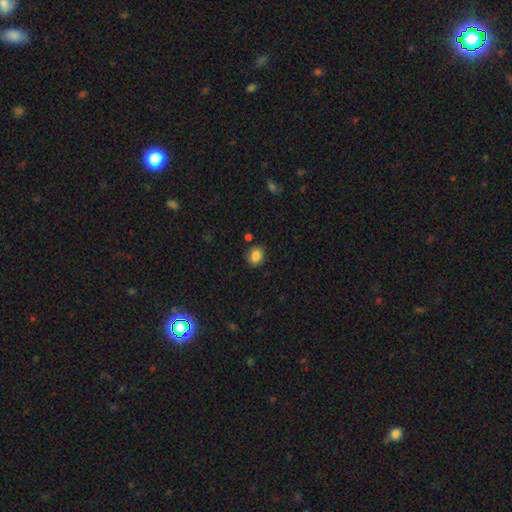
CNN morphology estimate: Q: Smooth or featured?
A: smooth (85%); runner-up: star or artifact (10%)
Q: How rounded?
A: round (63%); runner-up: in between (36%)
Q: Merging?
A: none (82%); runner-up: minor disturbance (11%)